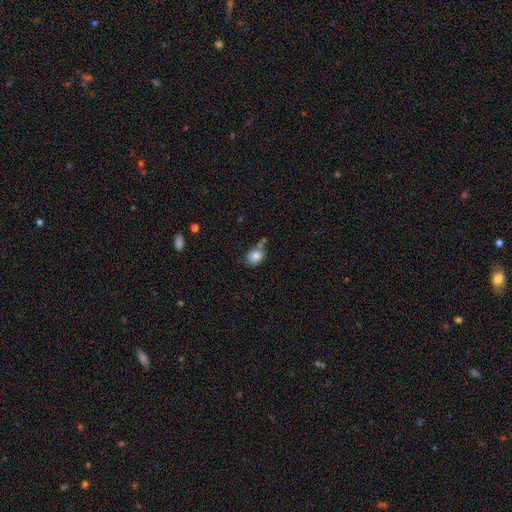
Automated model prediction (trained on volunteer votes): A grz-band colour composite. It shows a smooth galaxy with no disk features (81%) that is in between round and cigar-shaped (50%). Merging: none (49%).